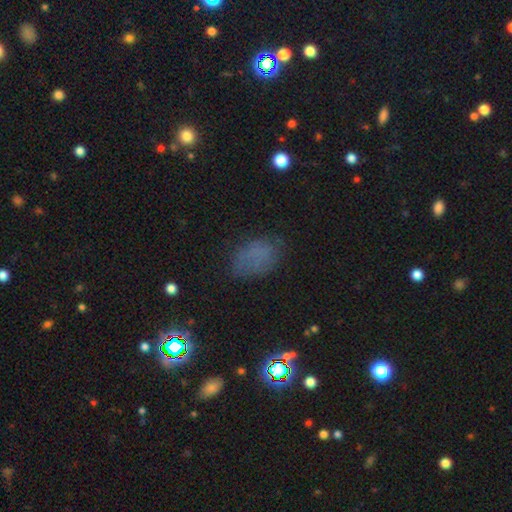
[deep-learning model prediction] A smooth galaxy with no disk features (61%) that is in between round and cigar-shaped (83%).

Vote fractions:
- Smooth or featured? smooth: 61% / star or artifact: 24% / featured or disk: 14%
- How rounded? in between: 83% / round: 16% / cigar-shaped: 2%
- Merging? none: 64% / minor disturbance: 22% / major disturbance: 12% / merger: 2%